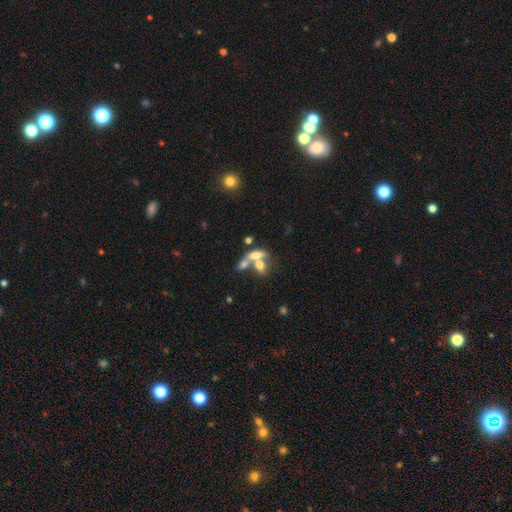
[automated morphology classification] type=smooth (57%); roundness=in between (69%); merging=merger (59%).